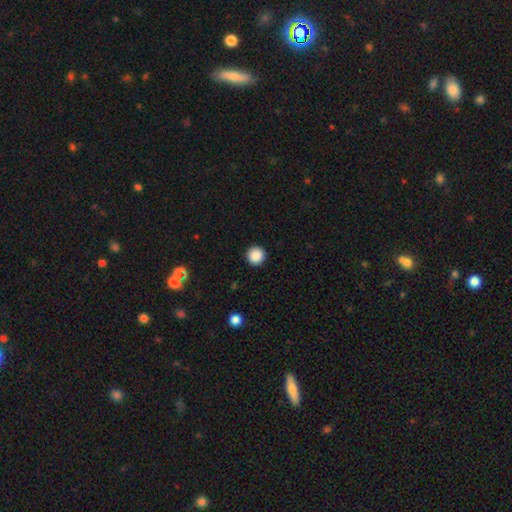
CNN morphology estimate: Q: Smooth or featured?
A: smooth (88%); runner-up: star or artifact (10%)
Q: How rounded?
A: round (96%); runner-up: in between (3%)
Q: Merging?
A: none (93%); runner-up: minor disturbance (5%)